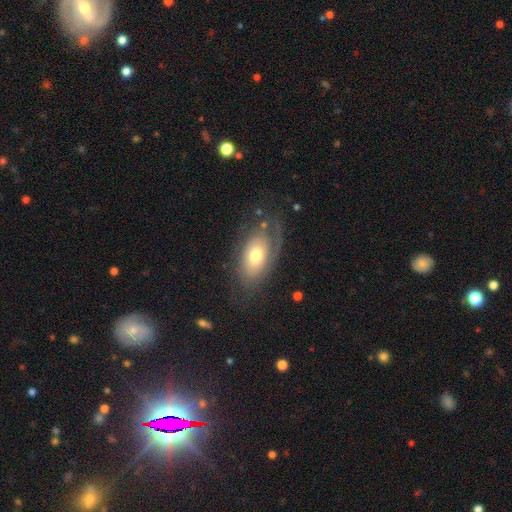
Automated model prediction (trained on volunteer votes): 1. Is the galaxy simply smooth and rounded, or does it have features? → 49% featured or disk, 43% smooth, 8% star or artifact.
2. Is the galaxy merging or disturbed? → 61% none, 21% minor disturbance, 16% major disturbance, 2% merger.